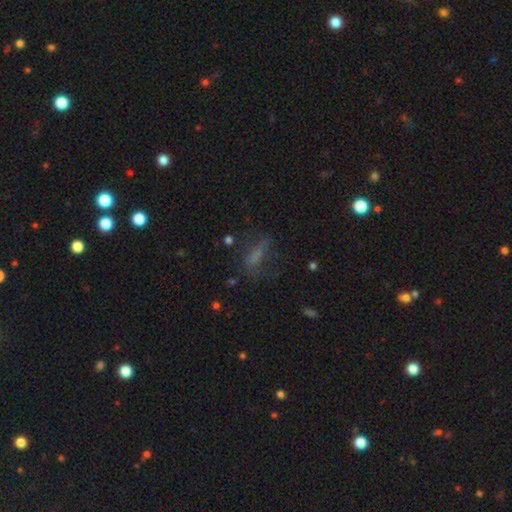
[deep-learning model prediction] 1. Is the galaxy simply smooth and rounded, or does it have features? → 54% smooth, 25% featured or disk, 21% star or artifact.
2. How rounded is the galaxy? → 53% in between, 41% cigar-shaped, 6% round.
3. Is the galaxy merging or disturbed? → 50% none, 24% major disturbance, 23% minor disturbance, 3% merger.